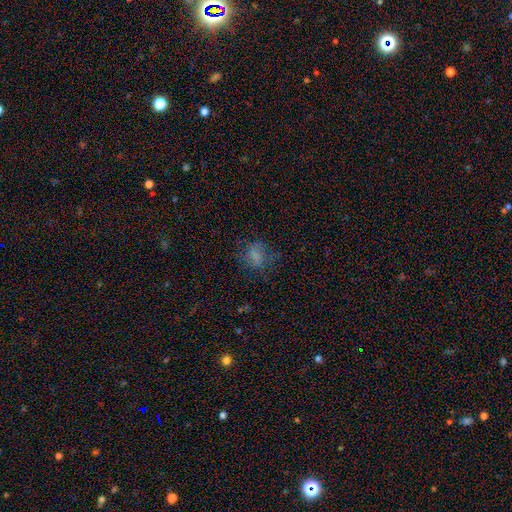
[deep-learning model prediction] Overall: smooth (66%). How rounded: in between (51%; round 47%). Merging: none (61%).